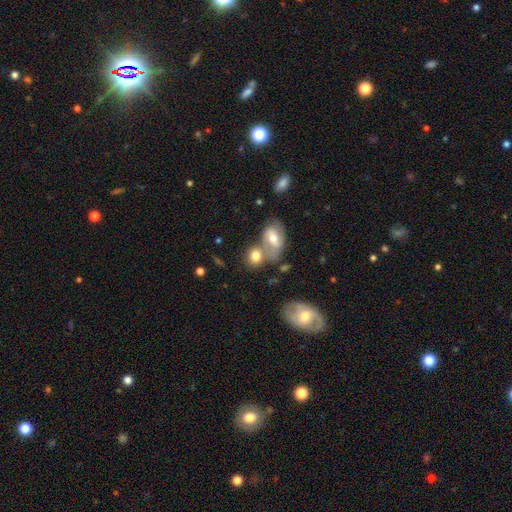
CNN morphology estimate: Smooth or featured? Predicted: smooth (p=0.74). How rounded? Predicted: round (p=0.51). Merging? Predicted: merger (p=0.45).